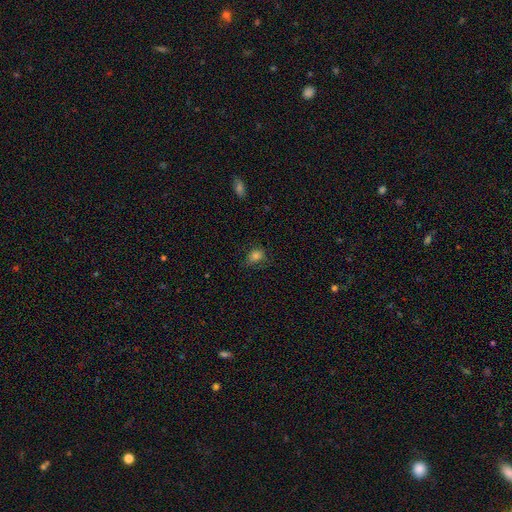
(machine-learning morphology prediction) Q: Smooth or featured?
A: smooth (79%); runner-up: star or artifact (14%)
Q: How rounded?
A: in between (58%); runner-up: round (40%)
Q: Merging?
A: none (67%); runner-up: minor disturbance (23%)